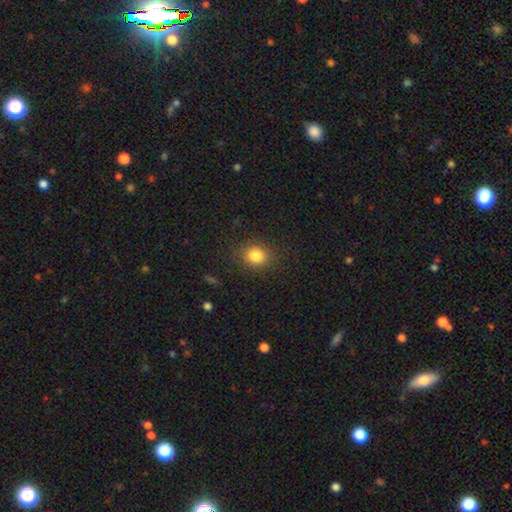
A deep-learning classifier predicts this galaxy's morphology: smooth 83%, star or artifact 11%, featured or disk 6%. Down the decision tree: how rounded — round (67%); merging — none (86%).